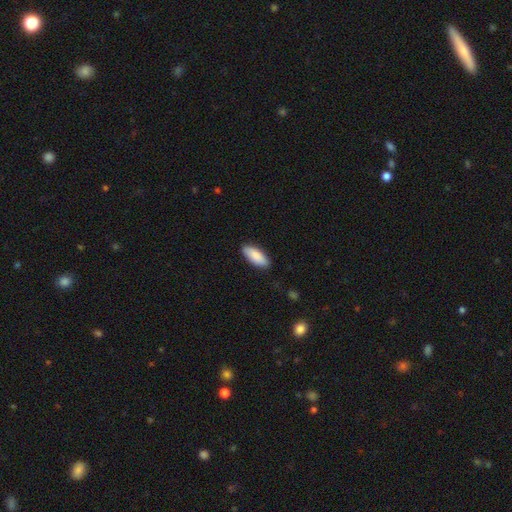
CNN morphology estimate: A smooth galaxy with no disk features (88%) that is in between round and cigar-shaped (79%). Merging: none (87%).